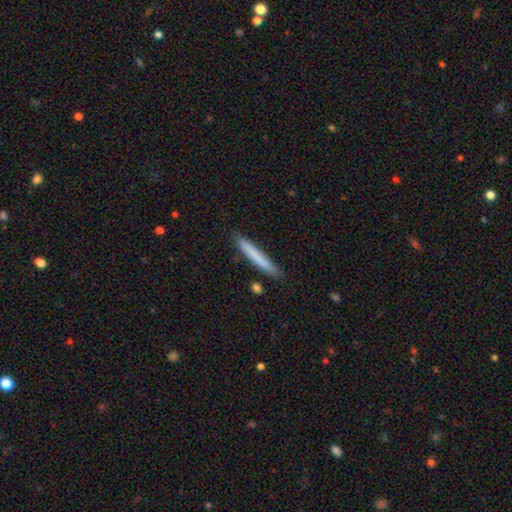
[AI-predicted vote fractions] smooth 74%, featured or disk 20%, star or artifact 6%. Down the decision tree: how rounded — cigar-shaped (96%); merging — none (87%).